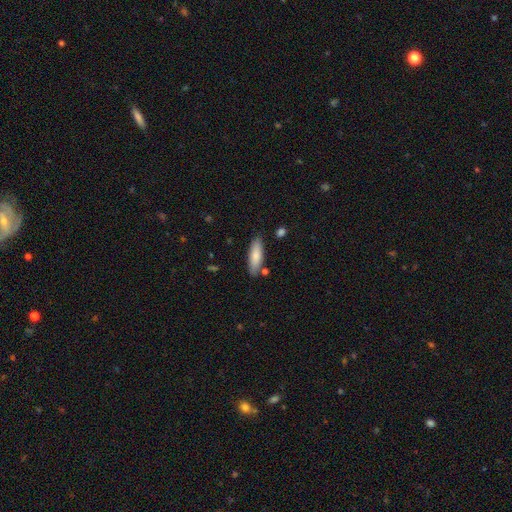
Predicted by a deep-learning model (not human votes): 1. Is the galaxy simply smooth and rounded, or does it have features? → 79% smooth, 15% featured or disk, 6% star or artifact.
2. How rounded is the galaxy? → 51% cigar-shaped, 48% in between, 2% round.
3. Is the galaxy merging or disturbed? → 81% none, 12% minor disturbance, 4% merger, 2% major disturbance.